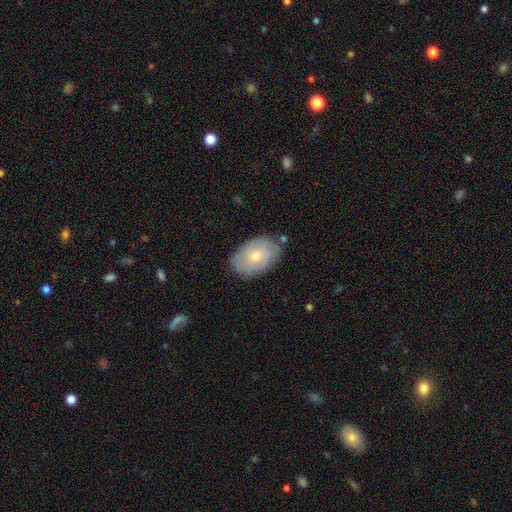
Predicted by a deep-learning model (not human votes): Smooth or featured: smooth — 55% (featured or disk — 38%)
How rounded: in between — 86% (round — 13%)
Merging: none — 78% (minor disturbance — 16%)